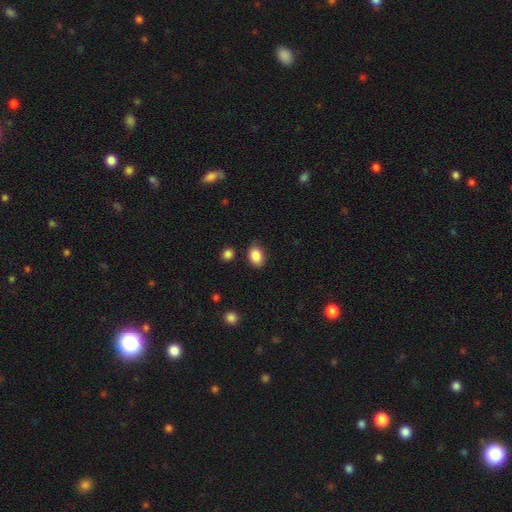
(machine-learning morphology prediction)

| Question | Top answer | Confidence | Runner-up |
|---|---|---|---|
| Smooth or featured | smooth | 87% | star or artifact (8%) |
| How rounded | in between | 69% | round (30%) |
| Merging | none | 81% | minor disturbance (13%) |